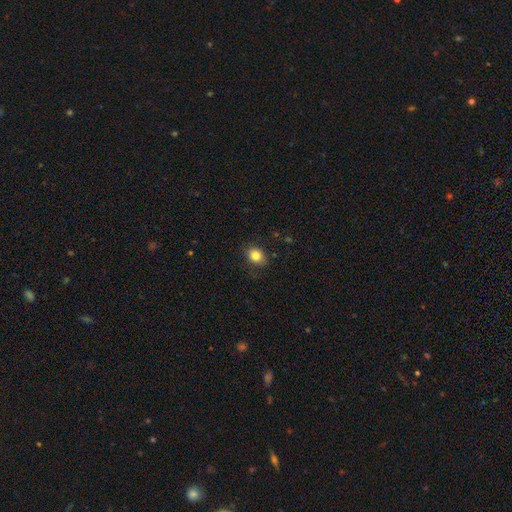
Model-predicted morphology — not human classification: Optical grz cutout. It shows a smooth galaxy with no disk features (83%) that is round (54%). Merging: none (86%).